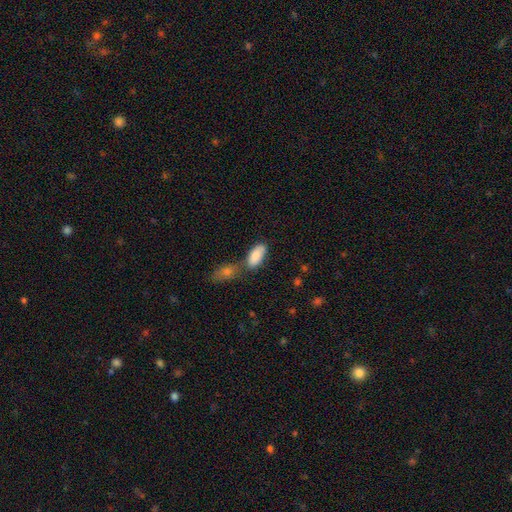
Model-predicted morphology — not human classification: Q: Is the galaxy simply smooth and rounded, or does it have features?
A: smooth — 86%.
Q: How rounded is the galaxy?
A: in between — 89%.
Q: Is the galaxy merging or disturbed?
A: none — 52%.